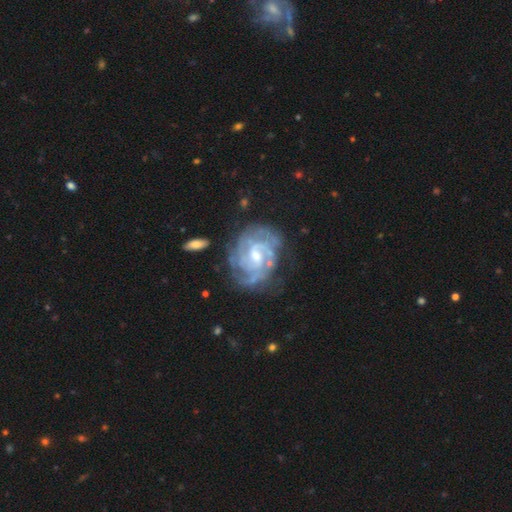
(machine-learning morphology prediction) smooth_or_featured: featured or disk (p=0.89) [alt: smooth p=0.06]
disk_edge_on: no (p=0.98) [alt: yes p=0.02]
bar: weak (p=0.51) [alt: no p=0.37]
has_spiral_arms: yes (p=0.97) [alt: no p=0.03]
spiral_winding: tight (p=0.65) [alt: medium p=0.30]
spiral_arm_count: 2 (p=0.30) [alt: can't tell p=0.26]
bulge_size: small (p=0.49) [alt: moderate p=0.45]
merging: none (p=0.68) [alt: minor disturbance p=0.20]